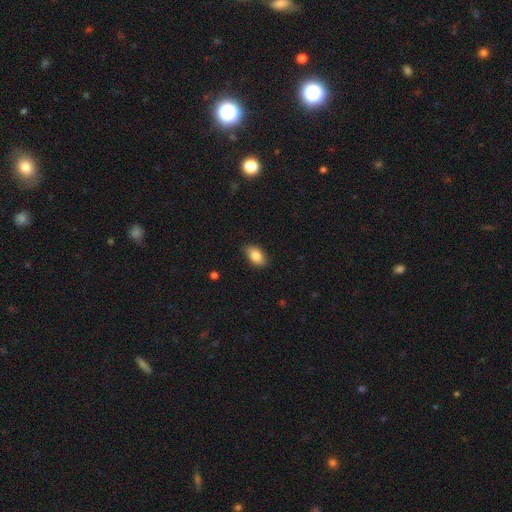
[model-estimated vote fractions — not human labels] smooth-or-featured: smooth: 86% | star or artifact: 7% | featured or disk: 6%
  how-rounded: in between: 91% | round: 6% | cigar-shaped: 2%
  merging: none: 85% | minor disturbance: 12% | major disturbance: 2% | merger: 1%